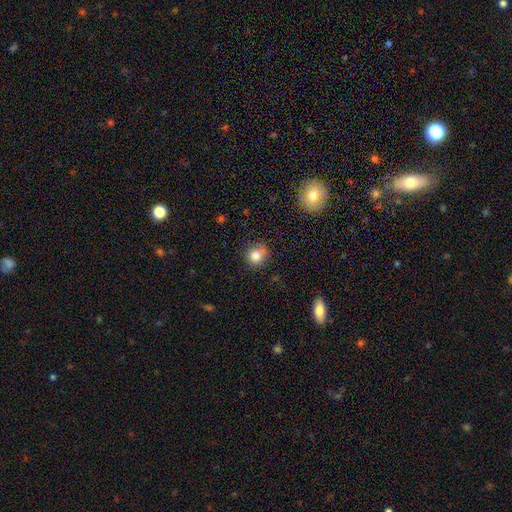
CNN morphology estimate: The model was most divided on "merging": none: 68%, minor disturbance: 20%, merger: 7%, major disturbance: 5%. More confident: how rounded — round (84%); smooth or featured — smooth (80%).